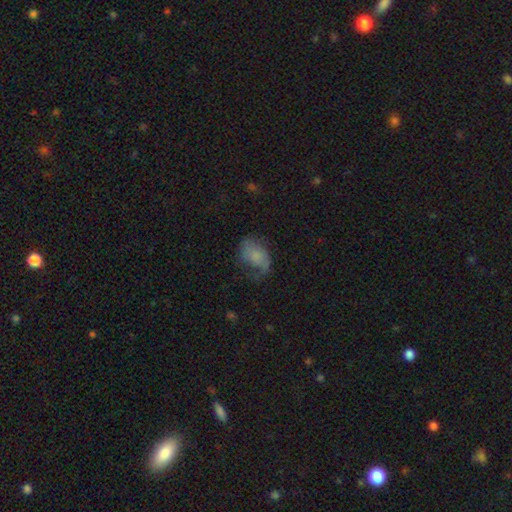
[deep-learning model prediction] Smooth or featured?
  - smooth: 50% *
  - featured or disk: 40%
  - star or artifact: 9%
How rounded?
  - in between: 79% *
  - round: 20%
  - cigar-shaped: 1%
Merging?
  - none: 42% *
  - minor disturbance: 28%
  - major disturbance: 28%
  - merger: 2%